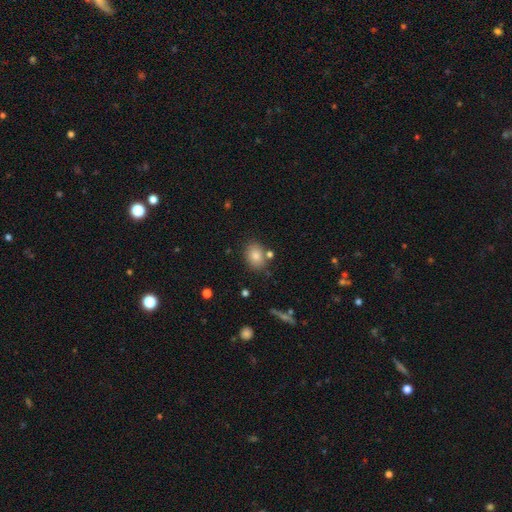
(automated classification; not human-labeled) Smooth or featured?
  - smooth: 80% *
  - featured or disk: 10%
  - star or artifact: 10%
How rounded?
  - in between: 64% *
  - round: 35%
  - cigar-shaped: 1%
Merging?
  - none: 77% *
  - minor disturbance: 12%
  - merger: 7%
  - major disturbance: 3%